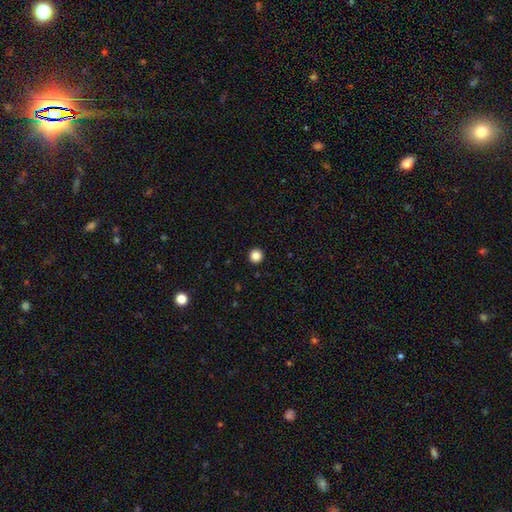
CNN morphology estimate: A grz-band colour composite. It shows a smooth galaxy with no disk features (85%) that is round (96%). Merging: none (94%).